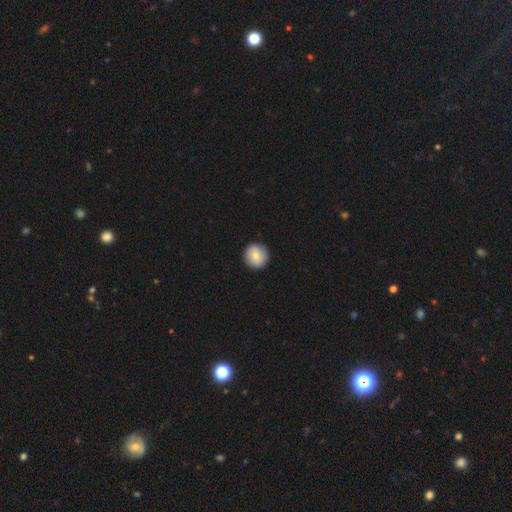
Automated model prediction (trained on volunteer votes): The model was most divided on "smooth or featured": smooth: 79%, featured or disk: 13%, star or artifact: 8%. More confident: how rounded — round (95%); merging — none (92%).